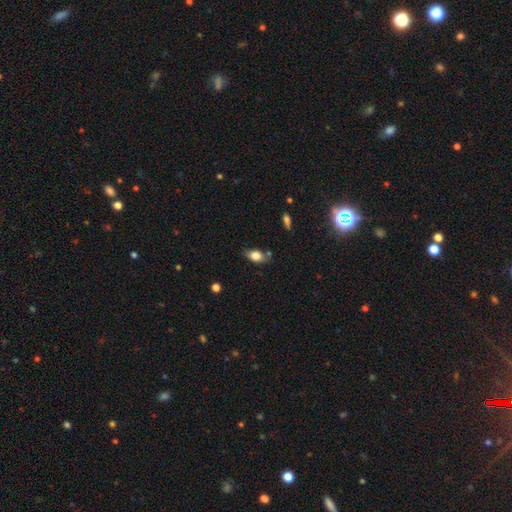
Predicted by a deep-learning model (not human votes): Overall: smooth (79%). How rounded: in between (86%). Merging: none (72%).